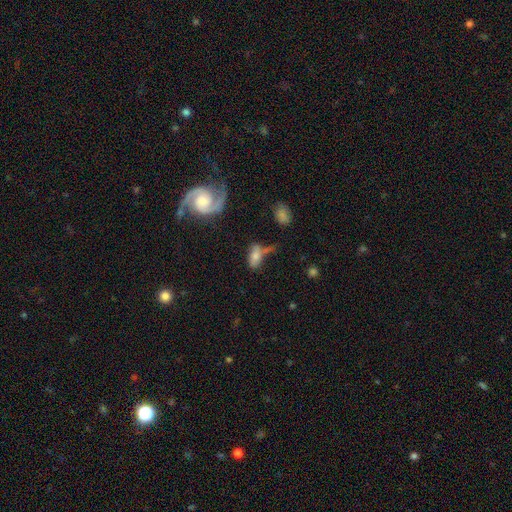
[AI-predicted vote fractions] smooth 66%, featured or disk 22%, star or artifact 12%. Down the decision tree: how rounded — in between (88%); merging — none (43%).